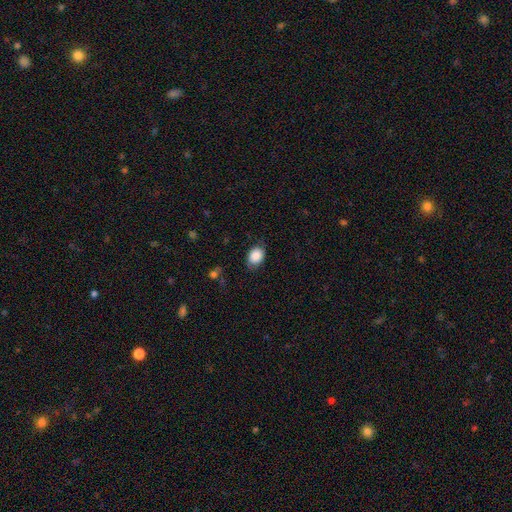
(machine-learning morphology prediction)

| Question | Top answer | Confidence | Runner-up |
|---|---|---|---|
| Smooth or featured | smooth | 88% | star or artifact (7%) |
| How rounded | in between | 69% | round (30%) |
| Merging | none | 78% | minor disturbance (17%) |